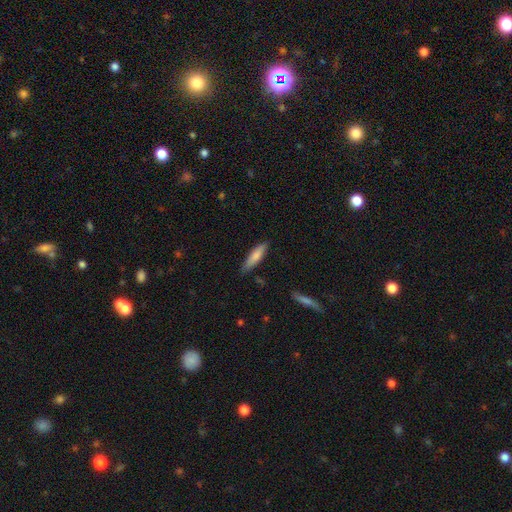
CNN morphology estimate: This is likely a smooth galaxy (76%). How rounded: likely cigar-shaped (75%). Merging: clearly none (81%).